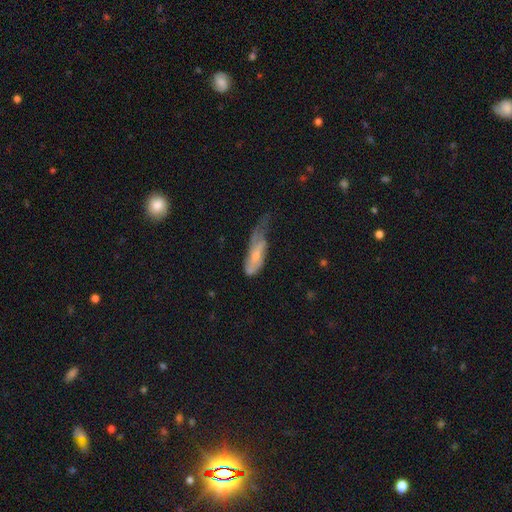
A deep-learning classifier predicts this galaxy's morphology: This appears to be a smooth galaxy with no disk features (52%) that is in between round and cigar-shaped (57%). Merging: major disturbance (44%).